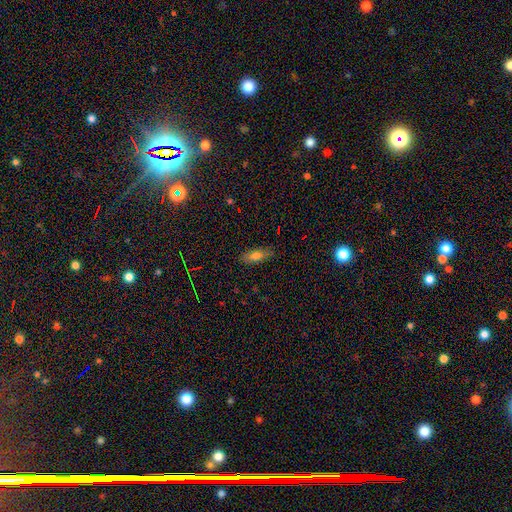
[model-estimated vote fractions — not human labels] The model was most divided on "how rounded": in between: 68%, cigar-shaped: 28%, round: 4%. More confident: merging — none (84%); smooth or featured — smooth (70%).